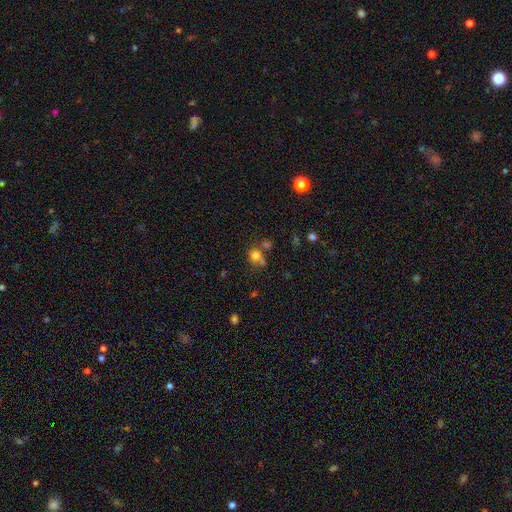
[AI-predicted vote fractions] The model was most divided on "merging": none: 48%, merger: 26%, minor disturbance: 17%, major disturbance: 9%. More confident: smooth or featured — smooth (77%); how rounded — round (75%).